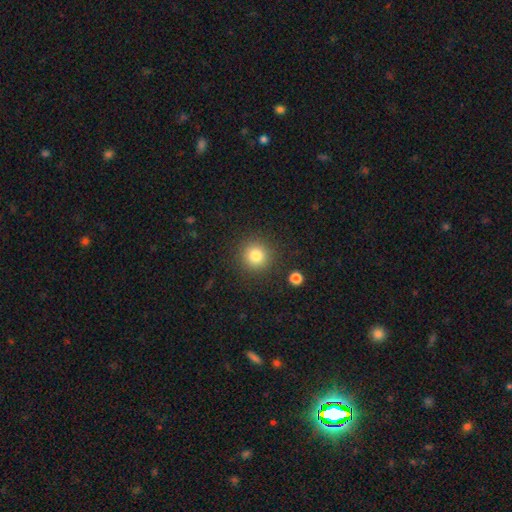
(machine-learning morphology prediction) Smooth or featured: smooth — 82% (star or artifact — 12%)
How rounded: round — 94% (in between — 5%)
Merging: none — 89% (minor disturbance — 6%)